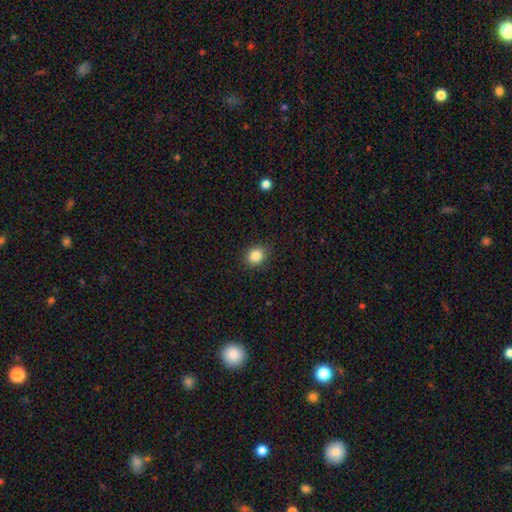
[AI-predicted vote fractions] Smooth or featured? smooth (85%)
How rounded? round (66%)
Merging? none (88%)